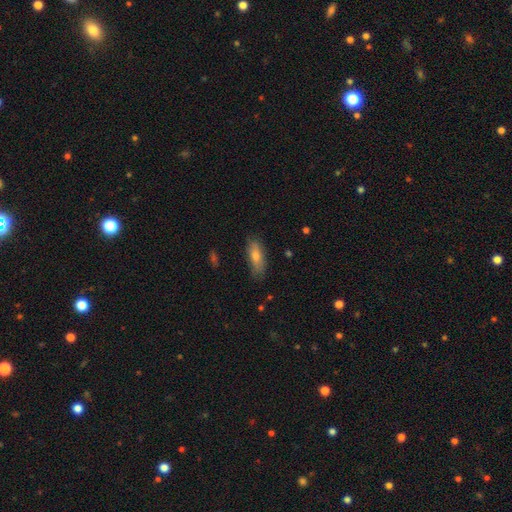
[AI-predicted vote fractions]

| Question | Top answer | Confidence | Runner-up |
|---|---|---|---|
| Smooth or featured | smooth | 71% | featured or disk (21%) |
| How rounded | in between | 65% | cigar-shaped (33%) |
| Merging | none | 80% | minor disturbance (16%) |